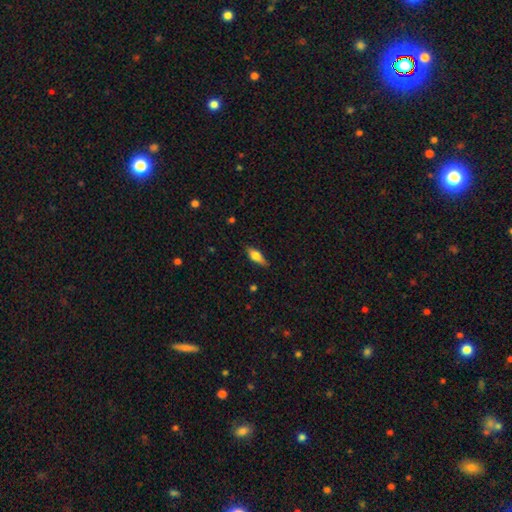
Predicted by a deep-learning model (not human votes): This appears to be a smooth galaxy with no disk features (61%) that is in between round and cigar-shaped (63%). Merging: none (79%).